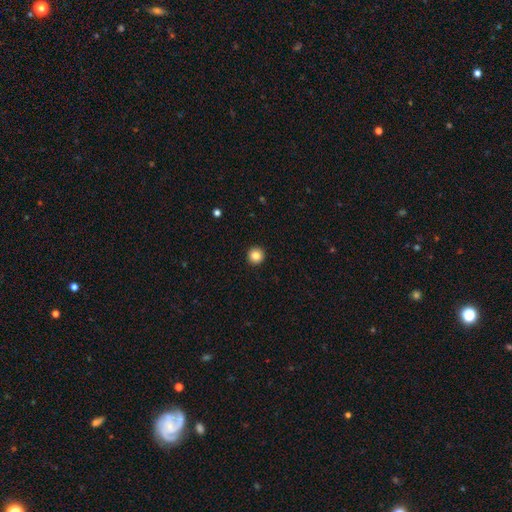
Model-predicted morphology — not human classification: smooth-or-featured: smooth: 85% | star or artifact: 10% | featured or disk: 5%
  how-rounded: round: 96% | in between: 3% | cigar-shaped: 1%
  merging: none: 94% | minor disturbance: 4% | major disturbance: 1% | merger: 1%